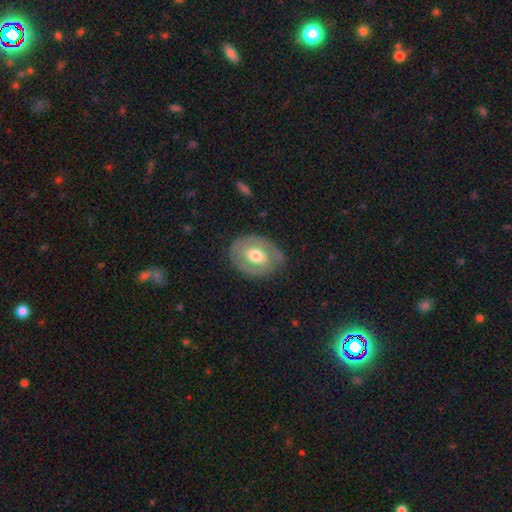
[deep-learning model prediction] featured or disk 61%, smooth 34%, star or artifact 5%. Down the decision tree: edge-on disk — no (95%); bar — no (61%); spiral arms — no (50%, tied with yes); bulge size — moderate (65%); merging — none (75%).